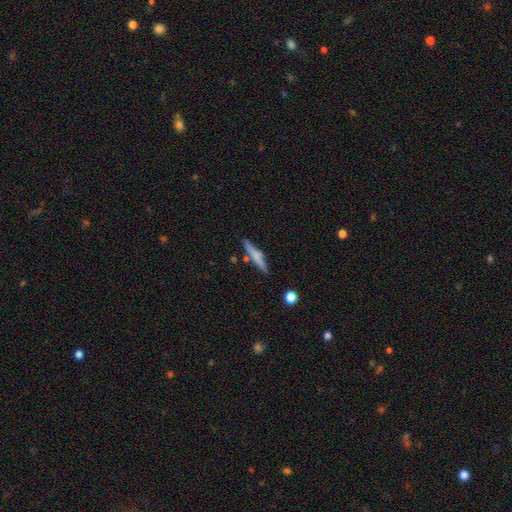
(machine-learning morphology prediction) Smooth or featured?
  - smooth: 59% *
  - featured or disk: 34%
  - star or artifact: 7%
How rounded?
  - cigar-shaped: 91% *
  - in between: 7%
  - round: 2%
Merging?
  - none: 78% *
  - minor disturbance: 13%
  - merger: 6%
  - major disturbance: 3%